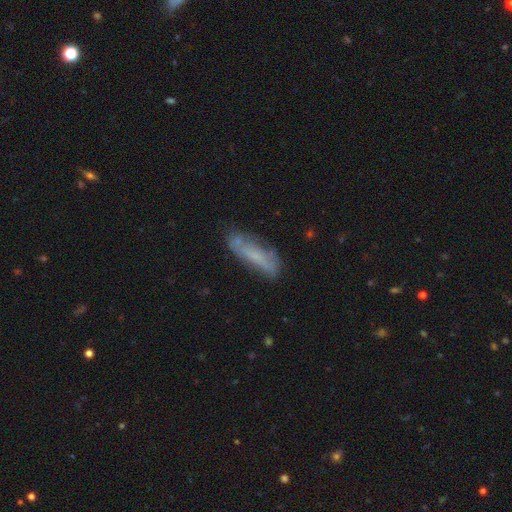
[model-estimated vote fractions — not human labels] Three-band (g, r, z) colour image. It shows a smooth galaxy with no disk features (55%) that is cigar-shaped (65%). Merging: none (64%).